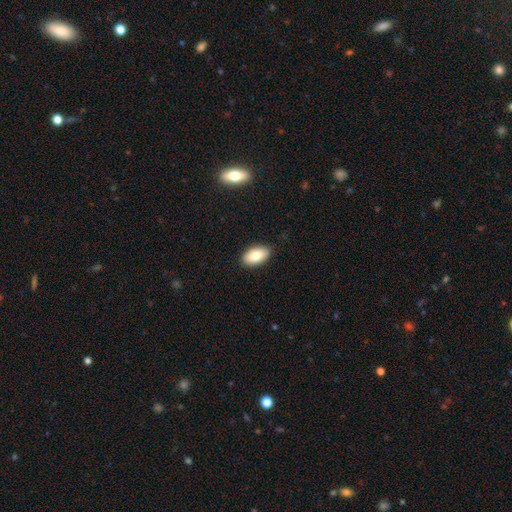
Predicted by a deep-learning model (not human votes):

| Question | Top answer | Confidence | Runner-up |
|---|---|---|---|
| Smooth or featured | smooth | 85% | featured or disk (8%) |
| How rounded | in between | 94% | round (3%) |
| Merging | none | 88% | minor disturbance (9%) |